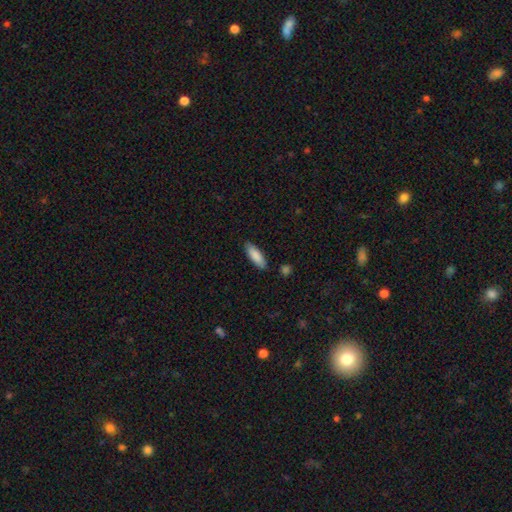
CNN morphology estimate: A smooth galaxy with no disk features (87%) that is in between round and cigar-shaped (57%).

Vote fractions:
- Smooth or featured? smooth: 87% / featured or disk: 7% / star or artifact: 6%
- How rounded? in between: 57% / cigar-shaped: 42% / round: 1%
- Merging? none: 86% / minor disturbance: 10% / major disturbance: 2% / merger: 2%